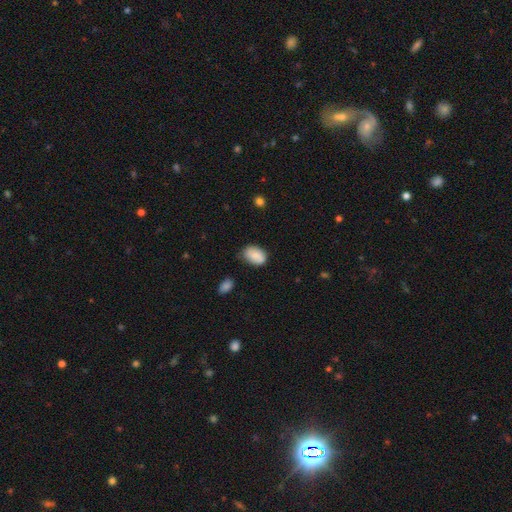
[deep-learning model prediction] smooth_or_featured: smooth (p=0.86) [alt: featured or disk p=0.07]
how_rounded: in between (p=0.85) [alt: round p=0.14]
merging: none (p=0.67) [alt: minor disturbance p=0.25]